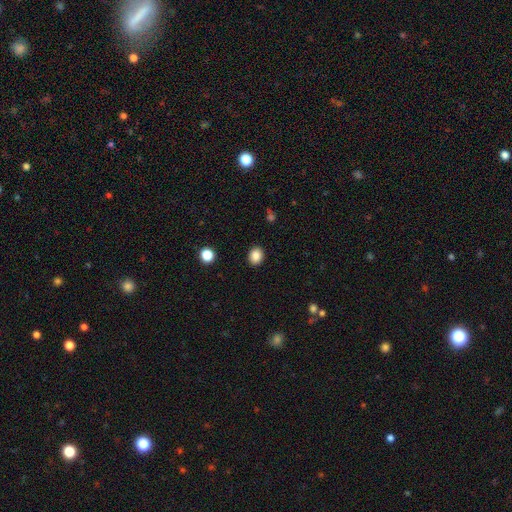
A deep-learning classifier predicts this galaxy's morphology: smooth_or_featured: smooth (p=0.86) [alt: star or artifact p=0.10]
how_rounded: round (p=0.62) [alt: in between p=0.37]
merging: none (p=0.90) [alt: minor disturbance p=0.06]